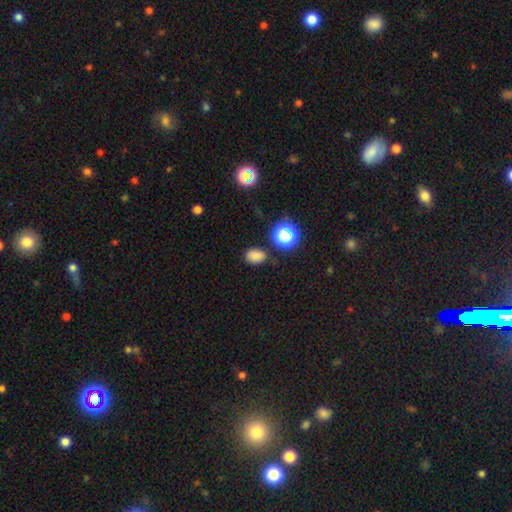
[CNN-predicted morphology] smooth 78%, star or artifact 17%, featured or disk 4%. Down the decision tree: how rounded — in between (74%); merging — none (82%).